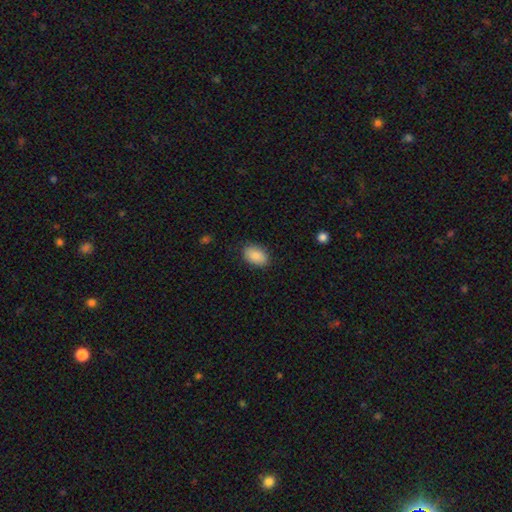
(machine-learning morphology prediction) Overall: smooth (88%). How rounded: in between (90%). Merging: none (86%).